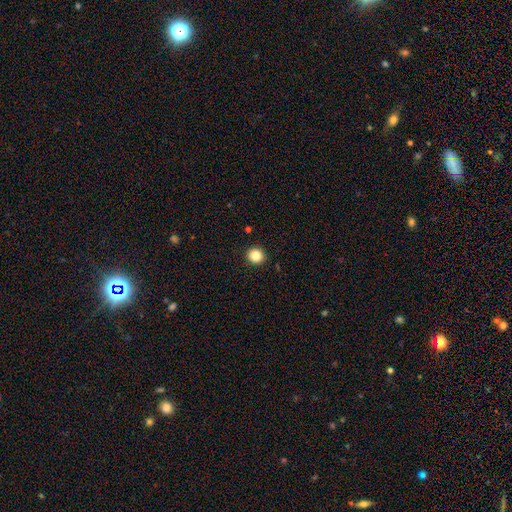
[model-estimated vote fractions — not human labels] A smooth galaxy with no disk features (86%) that is round (91%). Merging: none (92%).